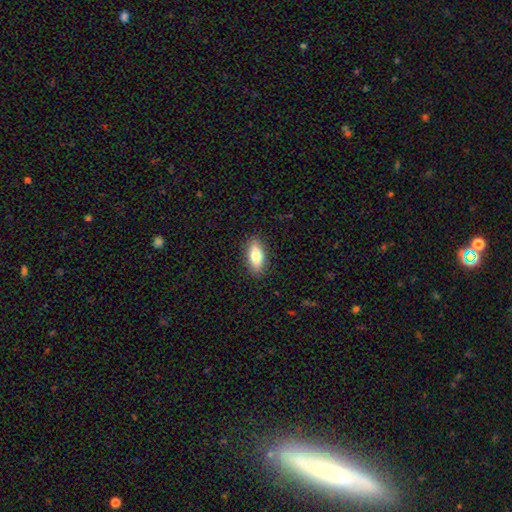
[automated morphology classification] smooth_or_featured: smooth (p=0.77) [alt: featured or disk p=0.17]
how_rounded: in between (p=0.74) [alt: cigar-shaped p=0.23]
merging: none (p=0.88) [alt: minor disturbance p=0.09]